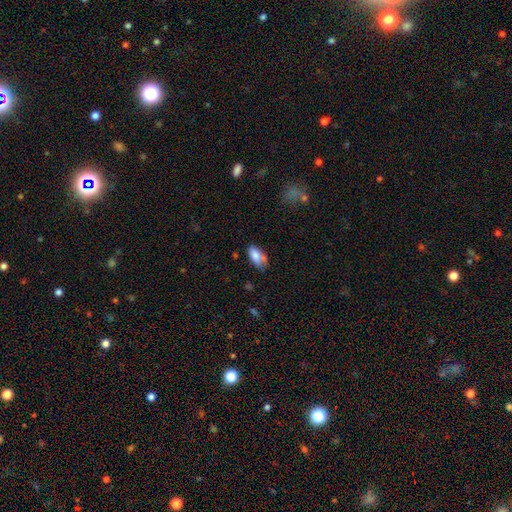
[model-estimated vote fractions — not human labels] Overall: smooth (82%). How rounded: in between (92%). Merging: none (55%; minor disturbance 33%).